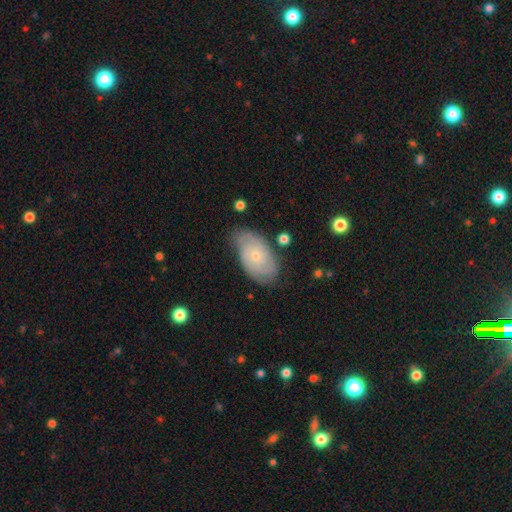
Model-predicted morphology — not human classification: This appears to be a featured or disk galaxy (66%) with no bar (80%), can't tell (38%, tied with 2) tight (61%) spiral arms (85%) and a small central bulge (65%). Merging: none (67%).